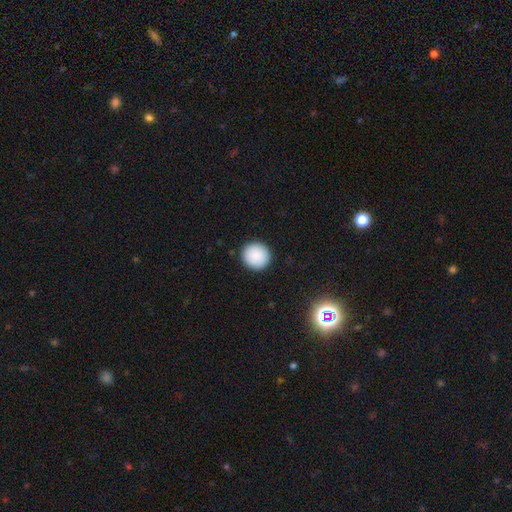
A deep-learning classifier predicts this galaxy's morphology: Smooth or featured: smooth — 90% (star or artifact — 8%)
How rounded: round — 93% (in between — 6%)
Merging: none — 92% (minor disturbance — 5%)